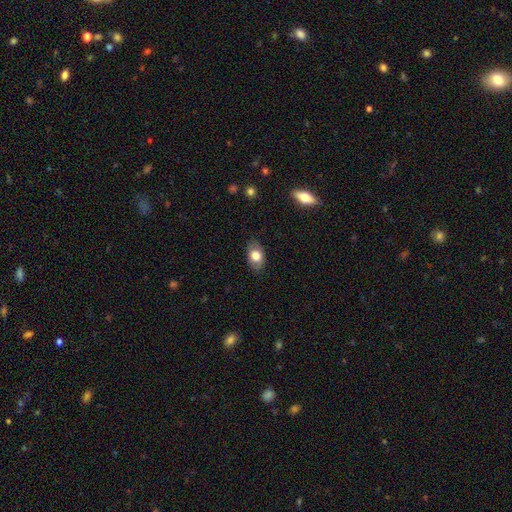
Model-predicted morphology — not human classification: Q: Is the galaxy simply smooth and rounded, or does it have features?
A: smooth — 76%.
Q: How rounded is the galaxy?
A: in between — 86%.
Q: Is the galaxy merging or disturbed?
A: none — 83%.